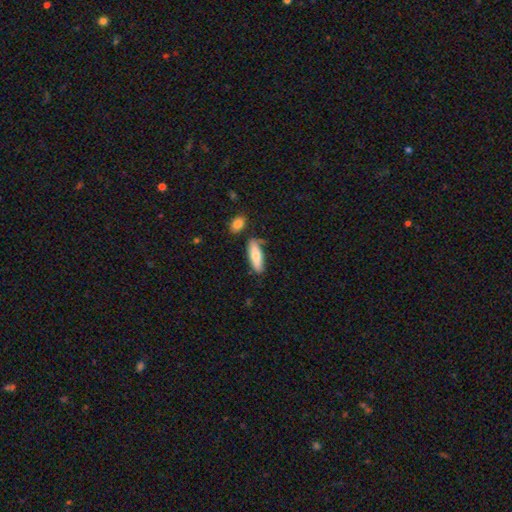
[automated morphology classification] Overall: smooth (72%). How rounded: in between (55%; cigar-shaped 43%). Merging: none (67%).